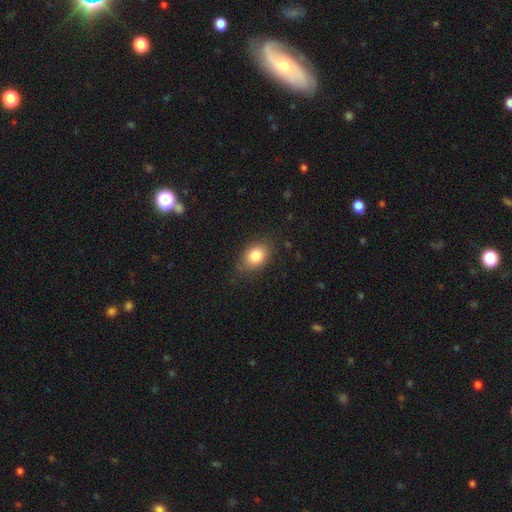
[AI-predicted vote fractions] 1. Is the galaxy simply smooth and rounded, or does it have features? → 83% smooth, 8% star or artifact, 8% featured or disk.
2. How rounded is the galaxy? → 74% in between, 25% round, 1% cigar-shaped.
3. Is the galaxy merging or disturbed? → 77% none, 18% minor disturbance, 4% major disturbance, 1% merger.